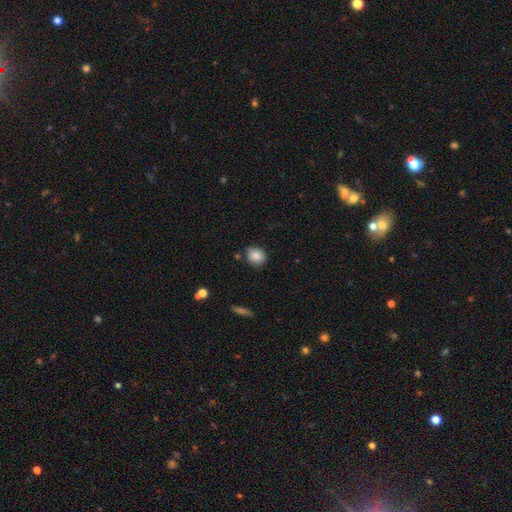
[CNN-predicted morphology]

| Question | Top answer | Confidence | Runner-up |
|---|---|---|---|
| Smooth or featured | smooth | 83% | star or artifact (9%) |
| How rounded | round | 69% | in between (30%) |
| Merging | none | 77% | minor disturbance (17%) |